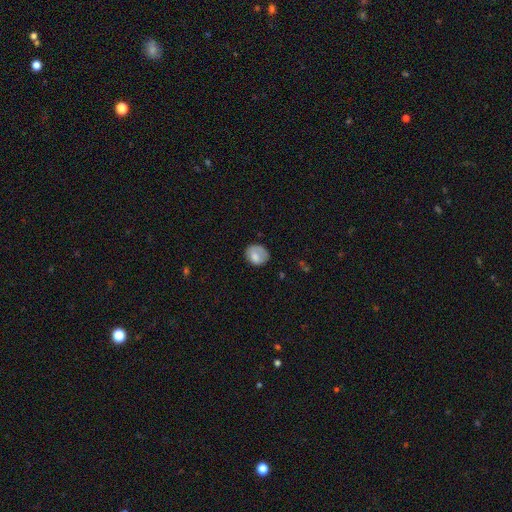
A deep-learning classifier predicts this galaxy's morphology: A smooth galaxy with no disk features (76%) that is round (65%).

Vote fractions:
- Smooth or featured? smooth: 76% / featured or disk: 16% / star or artifact: 8%
- How rounded? round: 65% / in between: 34% / cigar-shaped: 1%
- Merging? none: 62% / minor disturbance: 25% / major disturbance: 11% / merger: 2%